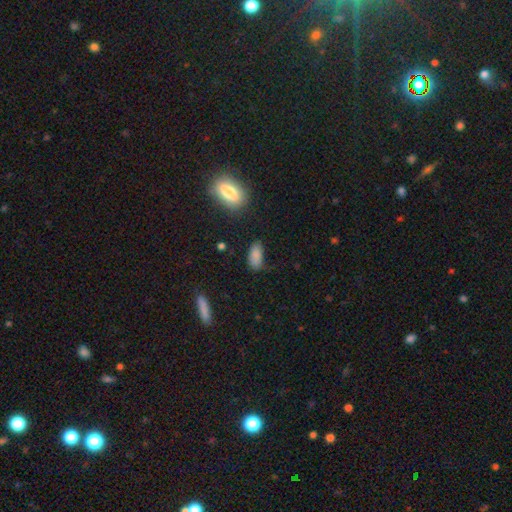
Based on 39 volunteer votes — Morphology: type=smooth (87%); roundness=in between (88%); merging=none (60%).